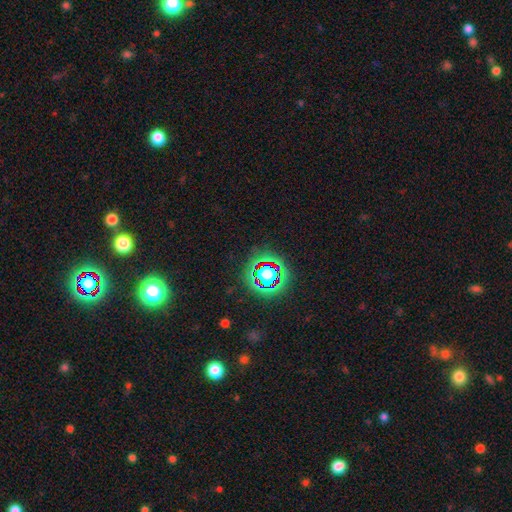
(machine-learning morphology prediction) Q: Smooth or featured?
A: star or artifact (78%); runner-up: smooth (14%)